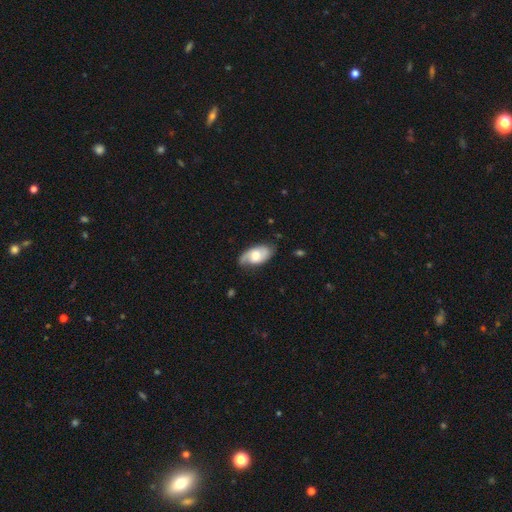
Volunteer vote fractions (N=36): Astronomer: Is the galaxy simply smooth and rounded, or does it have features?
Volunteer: featured or disk — 53% (runner-up: smooth, 42%).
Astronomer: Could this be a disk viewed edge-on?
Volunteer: no — 95%.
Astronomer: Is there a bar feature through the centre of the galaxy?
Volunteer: no — 56% (runner-up: weak, 33%).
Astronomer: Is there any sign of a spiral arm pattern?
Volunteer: yes — 89%.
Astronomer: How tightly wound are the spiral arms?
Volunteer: tight — 44% (runner-up: medium, 31%).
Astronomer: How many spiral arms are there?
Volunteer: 2 — 56%.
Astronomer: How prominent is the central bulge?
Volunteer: moderate — 67%.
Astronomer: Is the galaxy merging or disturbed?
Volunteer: none — 71%.